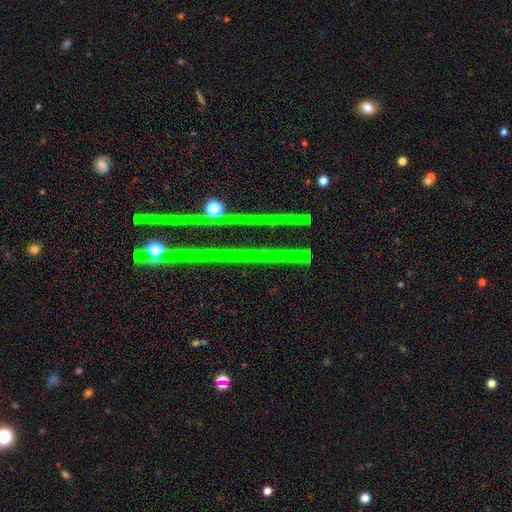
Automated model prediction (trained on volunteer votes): A star or artifact, not a galaxy (56%).

Vote fractions:
- Smooth or featured? star or artifact: 56% / featured or disk: 32% / smooth: 12%